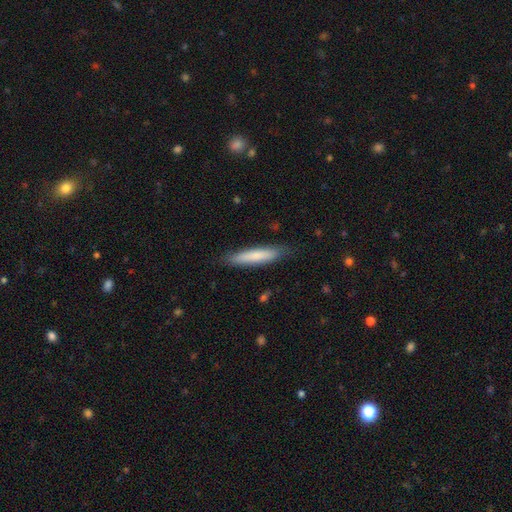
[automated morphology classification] smooth-or-featured: smooth: 74% | featured or disk: 20% | star or artifact: 6%
  how-rounded: cigar-shaped: 89% | in between: 10% | round: 1%
  merging: none: 85% | minor disturbance: 12% | major disturbance: 2% | merger: 1%